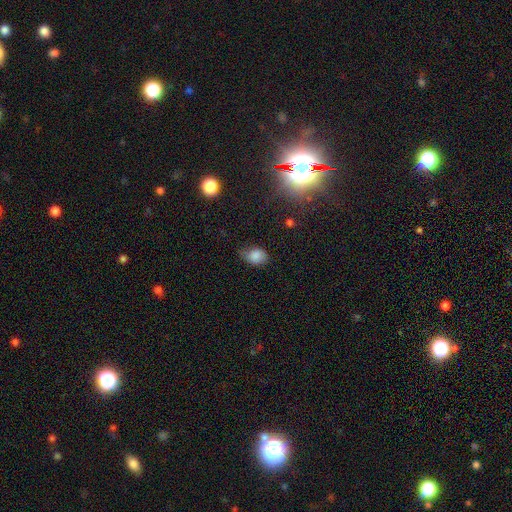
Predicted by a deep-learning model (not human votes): smooth-or-featured: smooth: 81% | star or artifact: 11% | featured or disk: 8%
  how-rounded: in between: 61% | round: 37% | cigar-shaped: 1%
  merging: none: 50% | minor disturbance: 38% | major disturbance: 9% | merger: 2%